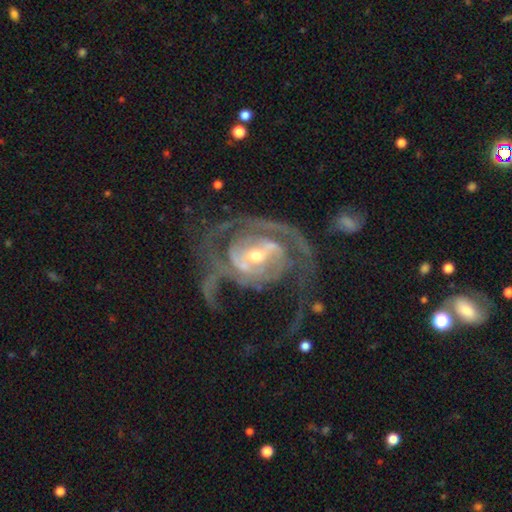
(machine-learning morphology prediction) Smooth or featured? featured or disk (88%)
Edge-on disk? no (97%)
Bar? weak (39%)
Spiral arms? yes (88%)
Spiral winding? tight (41%)
Spiral arm count? 2 (41%)
Bulge size? moderate (48%)
Merging? major disturbance (47%)